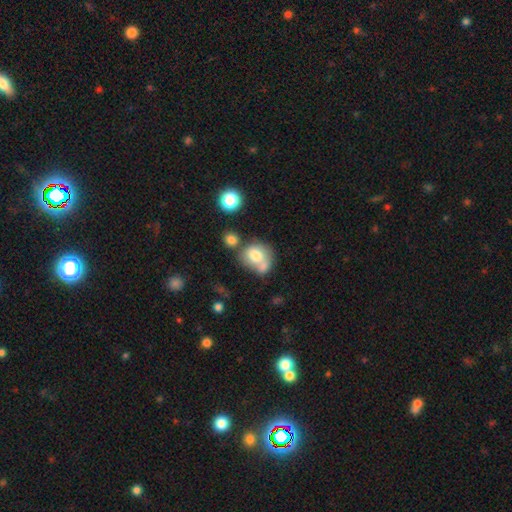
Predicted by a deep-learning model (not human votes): smooth 71%, featured or disk 20%, star or artifact 9%. Down the decision tree: how rounded — round (65%); merging — merger (45%).